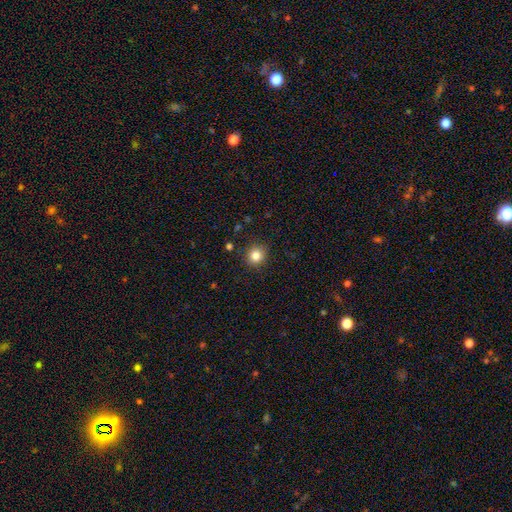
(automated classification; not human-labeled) Morphology: type=smooth (83%); roundness=round (90%); merging=none (89%).